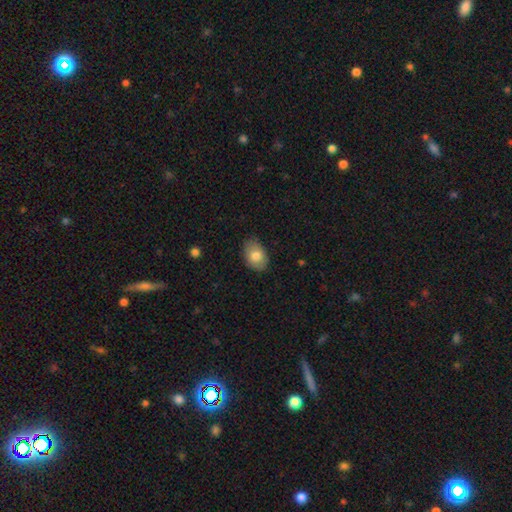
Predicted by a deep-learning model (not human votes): Smooth or featured? Predicted: smooth (p=0.80). How rounded? Predicted: in between (p=0.79). Merging? Predicted: none (p=0.80).